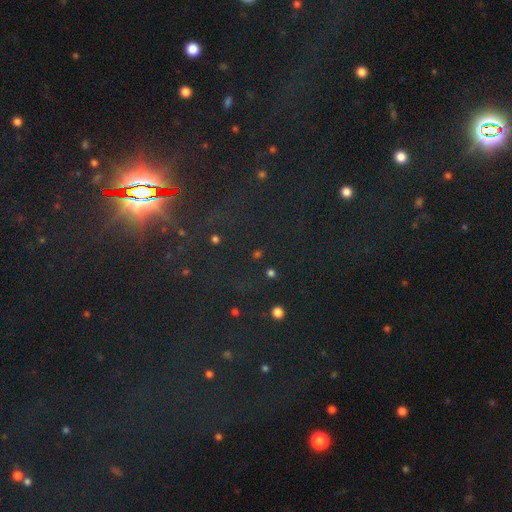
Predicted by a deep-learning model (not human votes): A star or artifact, not a galaxy (80%).